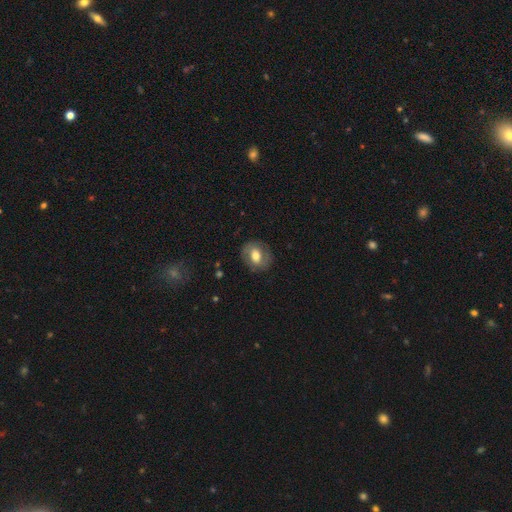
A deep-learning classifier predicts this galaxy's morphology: Smooth or featured?
  - smooth: 55% *
  - featured or disk: 37%
  - star or artifact: 8%
How rounded?
  - round: 57% *
  - in between: 41%
  - cigar-shaped: 1%
Merging?
  - none: 81% *
  - minor disturbance: 13%
  - major disturbance: 5%
  - merger: 1%